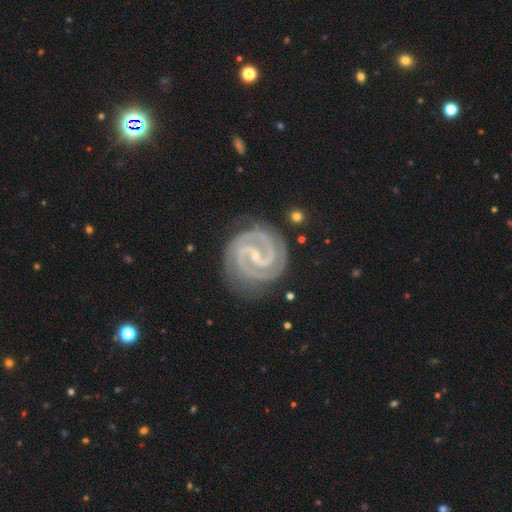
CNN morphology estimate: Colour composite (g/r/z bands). It shows a featured or disk galaxy (93%) with a strong bar (43%), 2 (90%) tight (68%) spiral arms (99%) and a small central bulge (78%). Merging: none (82%).